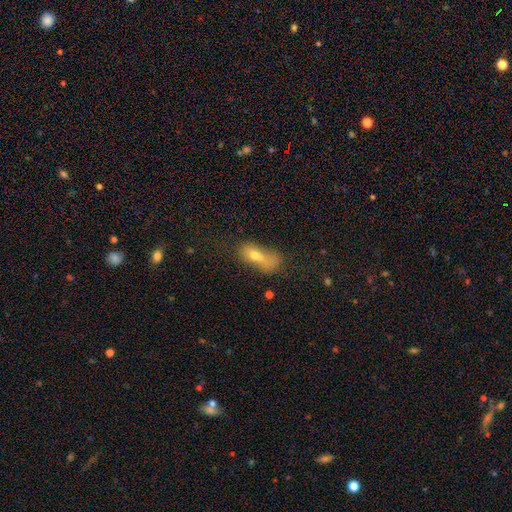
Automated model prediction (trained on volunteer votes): smooth-or-featured: smooth: 63% | featured or disk: 24% | star or artifact: 14%
  how-rounded: in between: 73% | cigar-shaped: 15% | round: 13%
  merging: merger: 30% | major disturbance: 28% | none: 23% | minor disturbance: 18%